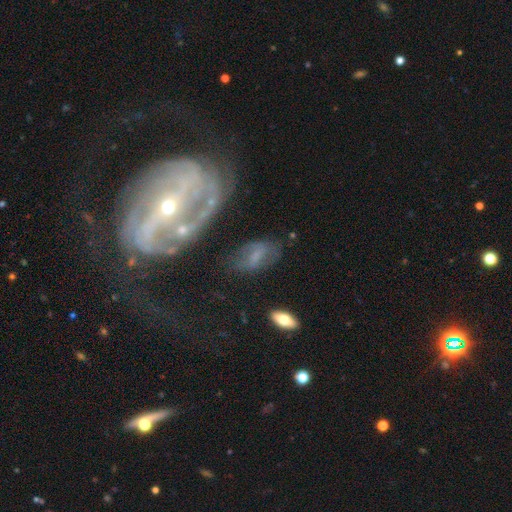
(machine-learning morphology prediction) Smooth or featured? Predicted: featured or disk (p=0.51). Edge-on disk? Predicted: no (p=0.90). Merging? Predicted: none (p=0.60).